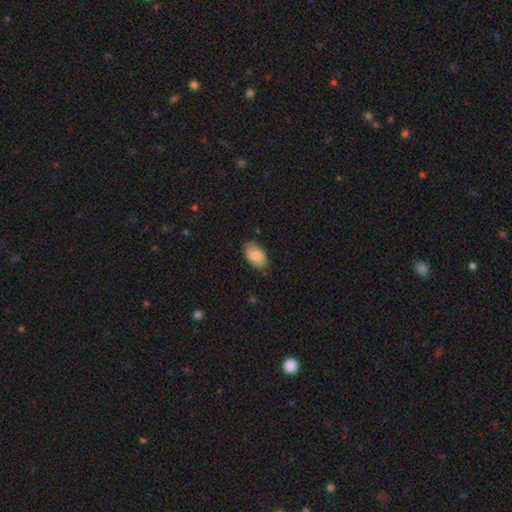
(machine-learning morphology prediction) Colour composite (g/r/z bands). It shows a smooth galaxy with no disk features (85%) that is in between round and cigar-shaped (94%). Merging: none (81%).